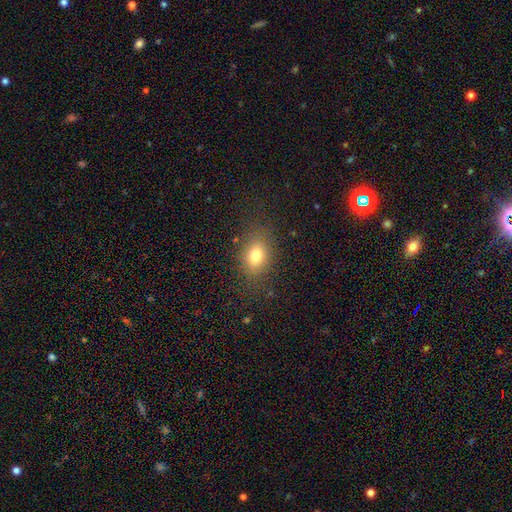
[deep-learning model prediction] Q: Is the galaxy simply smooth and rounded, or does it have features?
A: smooth — 78%.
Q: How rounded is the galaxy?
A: in between — 78%.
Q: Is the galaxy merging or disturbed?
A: none — 81%.